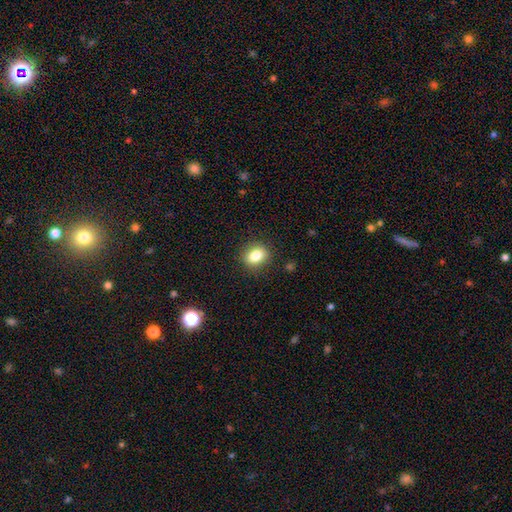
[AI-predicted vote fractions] Morphology: type=smooth (82%); roundness=round (50%); merging=none (88%).